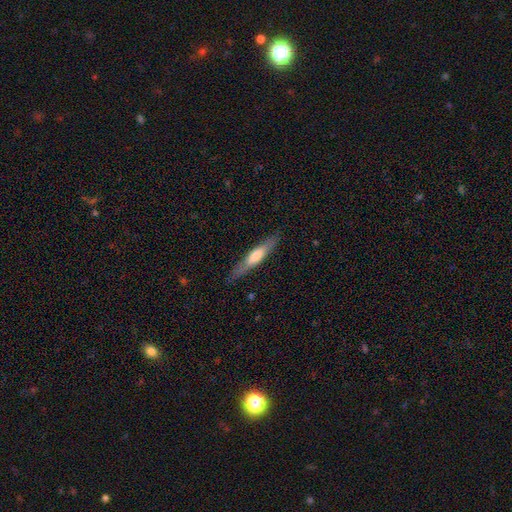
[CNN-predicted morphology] A smooth galaxy with no disk features (50%).

Vote fractions:
- Smooth or featured? smooth: 50% / featured or disk: 45% / star or artifact: 5%
- Merging? none: 85% / minor disturbance: 12% / major disturbance: 3% / merger: 1%